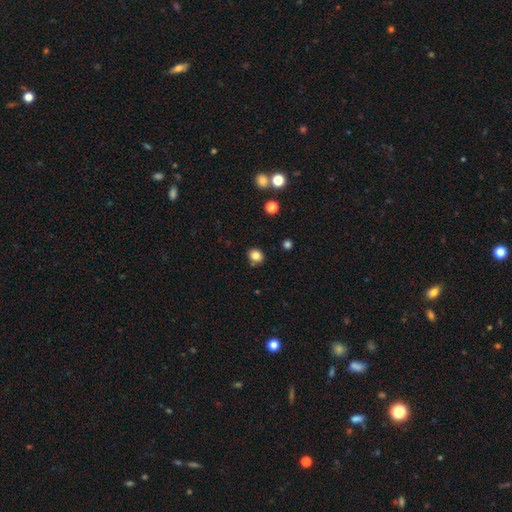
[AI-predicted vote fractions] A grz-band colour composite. It shows a smooth galaxy with no disk features (83%) that is round (73%). Merging: none (81%).